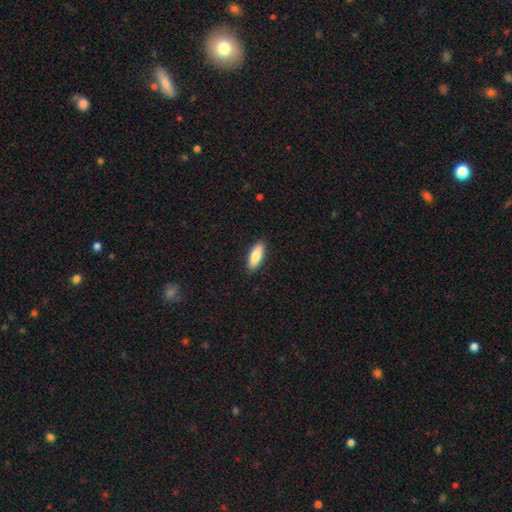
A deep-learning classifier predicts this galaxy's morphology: Q: Smooth or featured?
A: smooth (79%); runner-up: featured or disk (15%)
Q: How rounded?
A: in between (69%); runner-up: cigar-shaped (29%)
Q: Merging?
A: none (89%); runner-up: minor disturbance (8%)